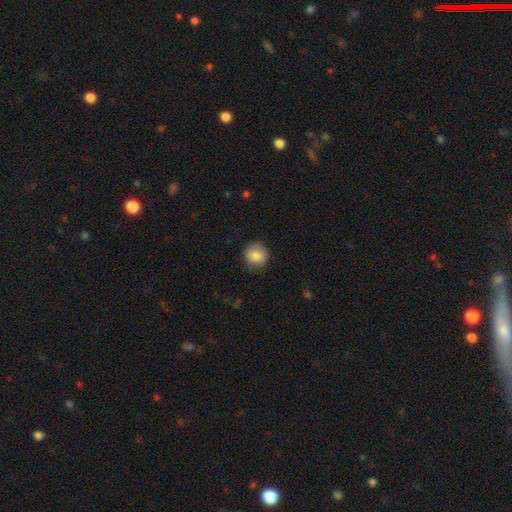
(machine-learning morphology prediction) Smooth or featured?
  - smooth: 85% *
  - star or artifact: 8%
  - featured or disk: 7%
How rounded?
  - round: 88% *
  - in between: 11%
  - cigar-shaped: 1%
Merging?
  - none: 83% *
  - minor disturbance: 13%
  - major disturbance: 3%
  - merger: 1%